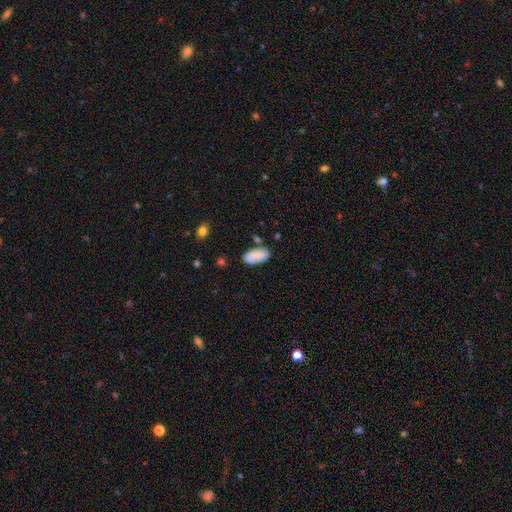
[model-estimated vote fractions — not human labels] smooth-or-featured: smooth: 86% | featured or disk: 8% | star or artifact: 7%
  how-rounded: in between: 93% | cigar-shaped: 5% | round: 2%
  merging: none: 75% | minor disturbance: 16% | merger: 6% | major disturbance: 4%